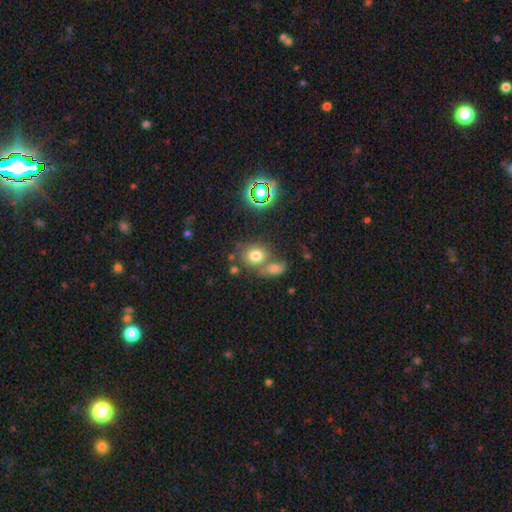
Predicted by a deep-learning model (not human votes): Smooth or featured? Predicted: smooth (p=0.71). How rounded? Predicted: round (p=0.63). Merging? Predicted: none (p=0.51).